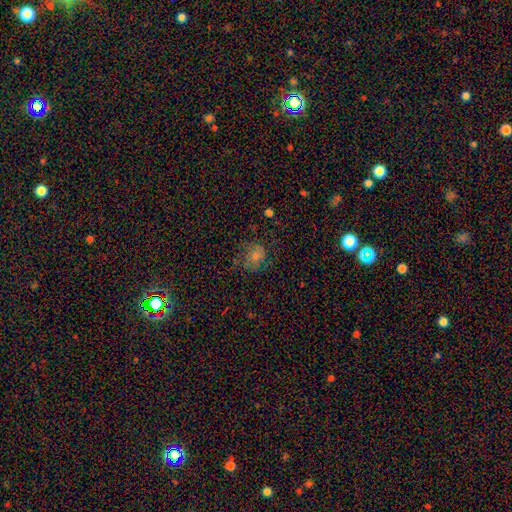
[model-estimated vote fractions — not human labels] Smooth or featured?
  - smooth: 40% *
  - featured or disk: 31%
  - star or artifact: 29%
Merging?
  - none: 65% *
  - minor disturbance: 20%
  - major disturbance: 13%
  - merger: 2%